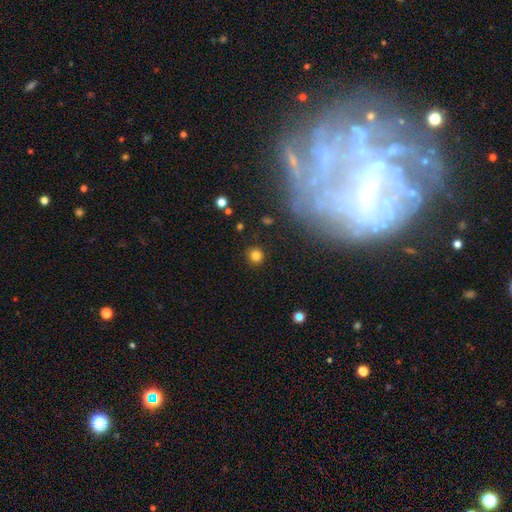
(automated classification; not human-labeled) Smooth or featured? Predicted: smooth (p=0.81). How rounded? Predicted: round (p=0.91). Merging? Predicted: none (p=0.90).